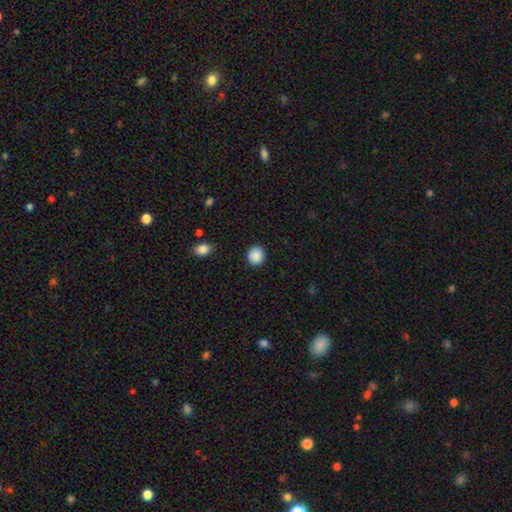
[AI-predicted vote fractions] This appears to be a smooth galaxy with no disk features (89%) that is round (89%). Merging: none (90%).